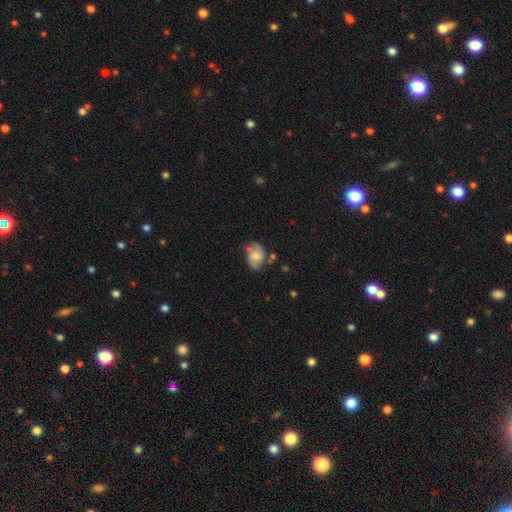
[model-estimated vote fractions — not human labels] Smooth or featured?
  - smooth: 48% *
  - featured or disk: 44%
  - star or artifact: 8%
Merging?
  - none: 52% *
  - minor disturbance: 29%
  - major disturbance: 11%
  - merger: 8%